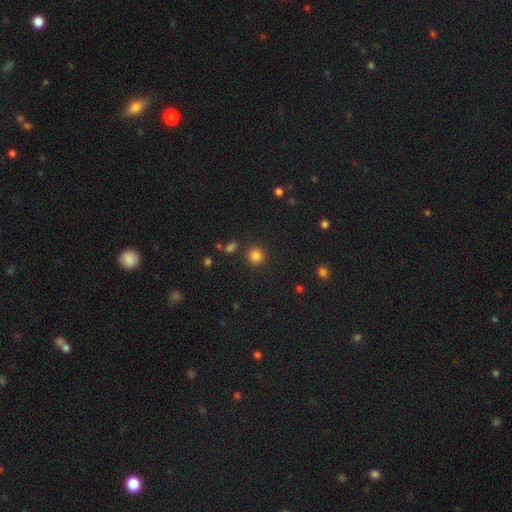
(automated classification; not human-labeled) Q: Smooth or featured?
A: smooth (83%); runner-up: star or artifact (13%)
Q: How rounded?
A: round (91%); runner-up: in between (8%)
Q: Merging?
A: none (85%); runner-up: minor disturbance (7%)